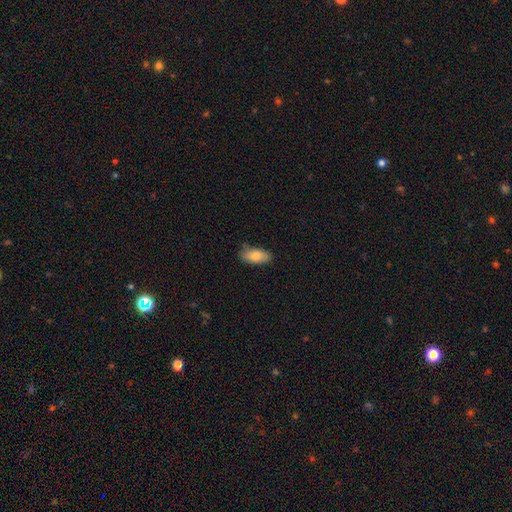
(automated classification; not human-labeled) The model was most divided on "merging": none: 78%, minor disturbance: 18%, major disturbance: 3%, merger: 1%. More confident: how rounded — in between (90%); smooth or featured — smooth (81%).